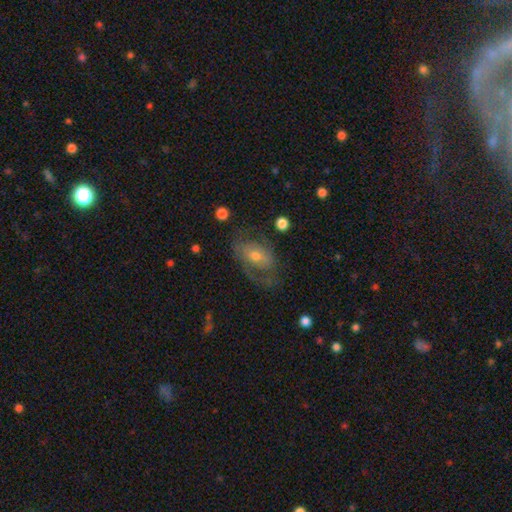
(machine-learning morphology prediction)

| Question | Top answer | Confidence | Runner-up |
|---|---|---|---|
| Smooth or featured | featured or disk | 59% | smooth (32%) |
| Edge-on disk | no | 94% | yes (6%) |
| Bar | no | 59% | weak (29%) |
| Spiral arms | yes | 65% | no (35%) |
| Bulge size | moderate | 53% | small (41%) |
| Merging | none | 48% | major disturbance (27%) |